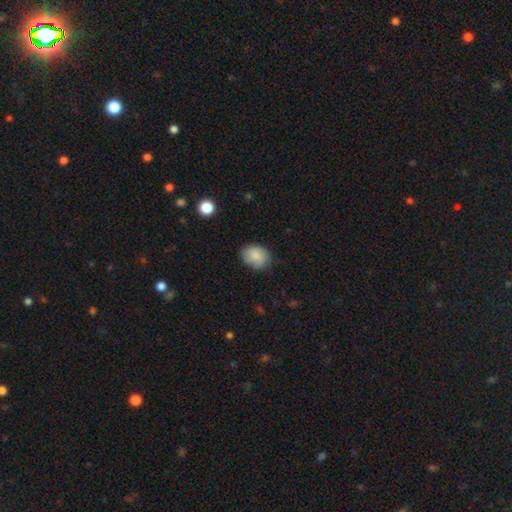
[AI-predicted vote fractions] This is clearly a smooth galaxy (86%). How rounded: likely in between (62%). Merging: likely none (79%).